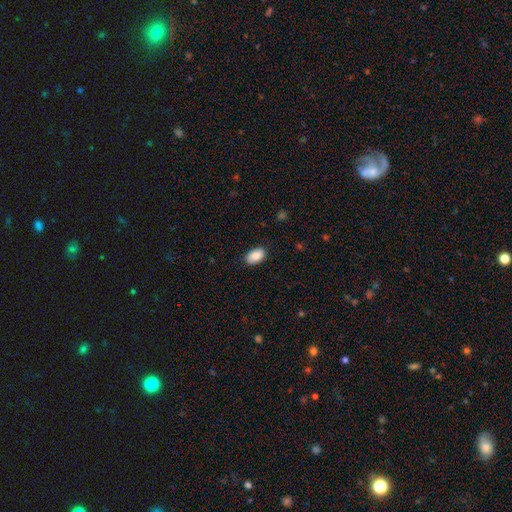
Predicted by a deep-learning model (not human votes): This is clearly a smooth galaxy (89%). How rounded: clearly in between (93%). Merging: clearly none (86%).